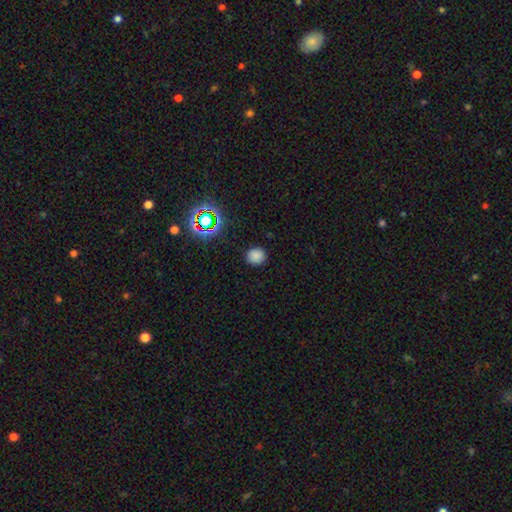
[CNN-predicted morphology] The model was most divided on "smooth or featured": smooth: 78%, star or artifact: 17%, featured or disk: 4%. More confident: merging — none (89%); how rounded — round (83%).